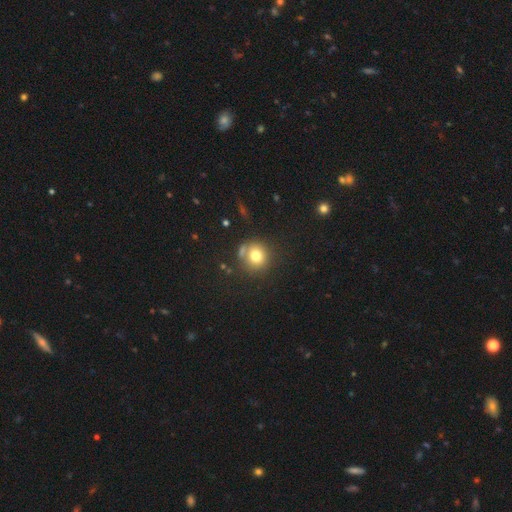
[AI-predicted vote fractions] Smooth or featured? smooth (76%)
How rounded? round (89%)
Merging? none (70%)